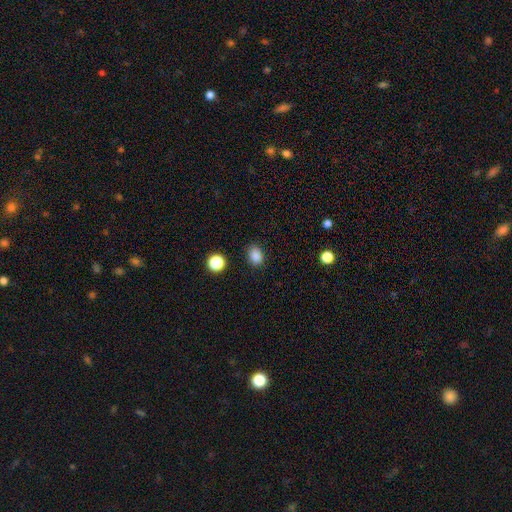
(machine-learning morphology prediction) A smooth galaxy with no disk features (86%) that is in between round and cigar-shaped (58%).

Vote fractions:
- Smooth or featured? smooth: 86% / star or artifact: 11% / featured or disk: 3%
- How rounded? in between: 58% / round: 41% / cigar-shaped: 1%
- Merging? none: 85% / minor disturbance: 10% / major disturbance: 3% / merger: 2%